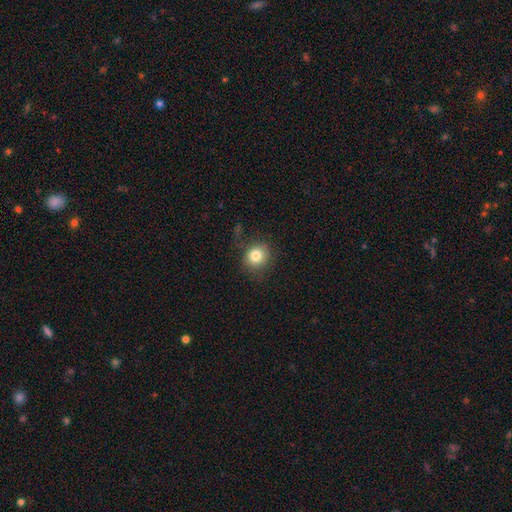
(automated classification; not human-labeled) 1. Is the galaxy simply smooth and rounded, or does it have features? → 80% smooth, 11% star or artifact, 8% featured or disk.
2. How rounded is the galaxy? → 78% round, 21% in between, 1% cigar-shaped.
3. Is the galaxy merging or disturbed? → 80% none, 13% minor disturbance, 5% major disturbance, 1% merger.